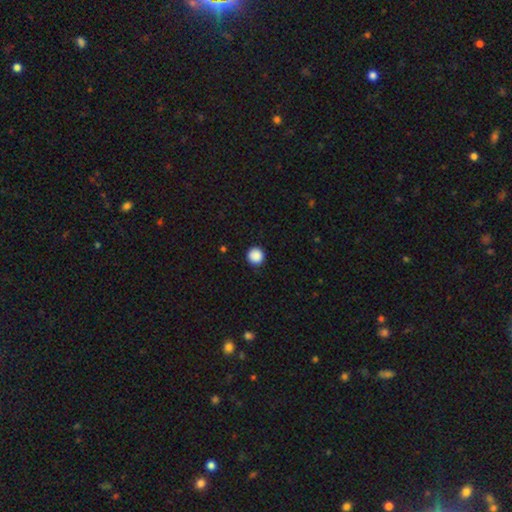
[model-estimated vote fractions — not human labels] A smooth galaxy with no disk features (89%) that is round (95%). Merging: none (91%).